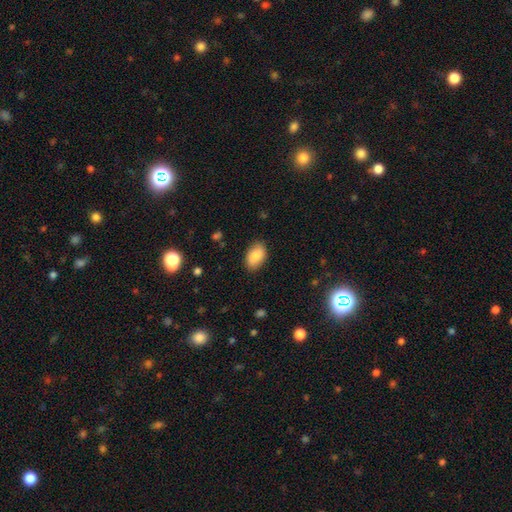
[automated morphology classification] Smooth or featured?
  - smooth: 86% *
  - featured or disk: 8%
  - star or artifact: 7%
How rounded?
  - in between: 91% *
  - round: 7%
  - cigar-shaped: 2%
Merging?
  - none: 85% *
  - minor disturbance: 11%
  - major disturbance: 3%
  - merger: 1%